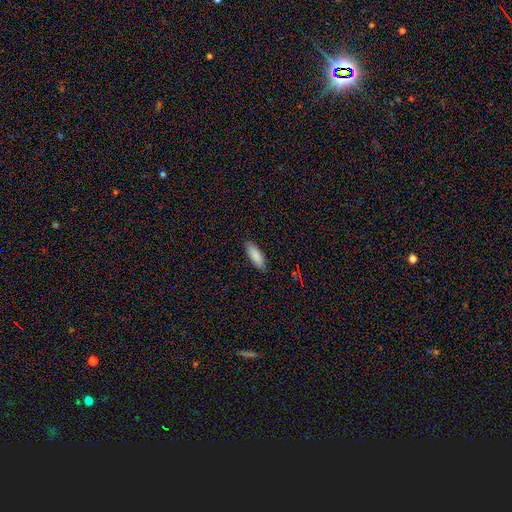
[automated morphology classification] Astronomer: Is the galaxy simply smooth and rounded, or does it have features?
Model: smooth — 87%.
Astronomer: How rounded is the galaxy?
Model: in between — 63%.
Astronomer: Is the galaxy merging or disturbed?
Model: none — 87%.